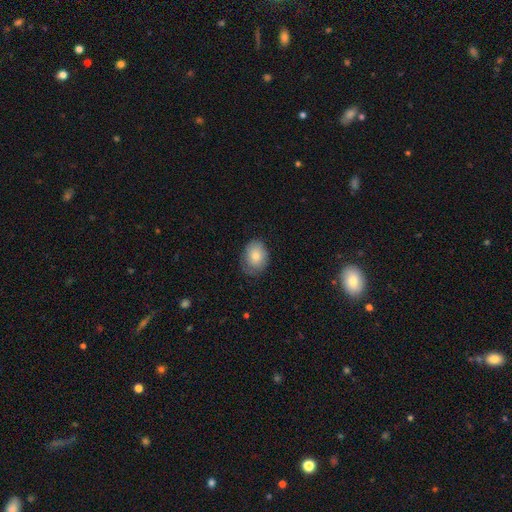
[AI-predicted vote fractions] A smooth galaxy with no disk features (78%) that is in between round and cigar-shaped (64%). Merging: none (67%).